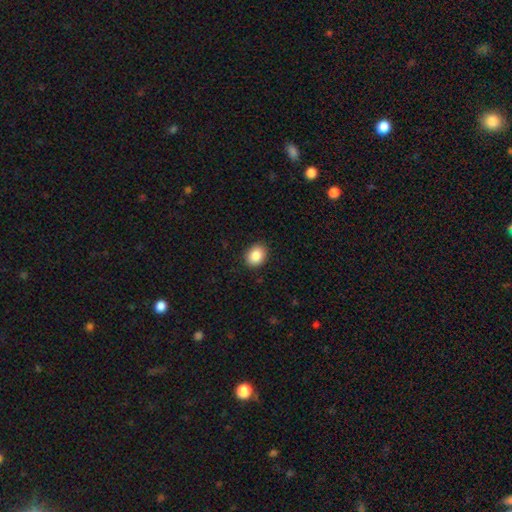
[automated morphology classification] Smooth or featured: smooth — 87% (star or artifact — 8%)
How rounded: in between — 53% (round — 46%)
Merging: none — 89% (minor disturbance — 8%)